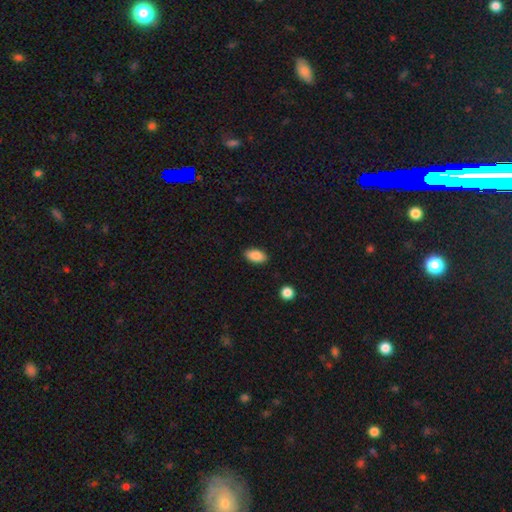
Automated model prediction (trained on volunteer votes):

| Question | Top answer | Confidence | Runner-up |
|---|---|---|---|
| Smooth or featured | smooth | 88% | star or artifact (7%) |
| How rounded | in between | 93% | round (4%) |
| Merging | none | 89% | minor disturbance (8%) |